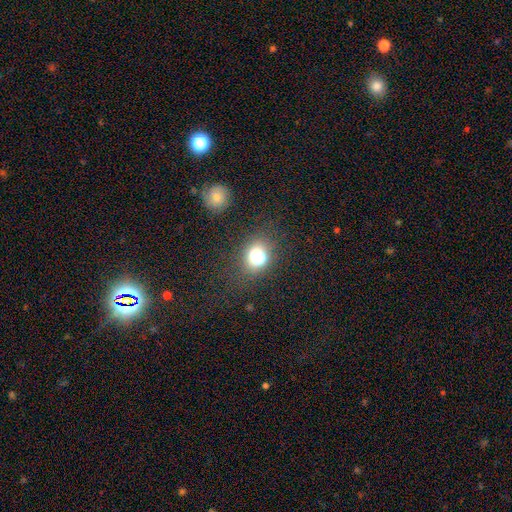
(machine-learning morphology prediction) smooth_or_featured: smooth (p=0.67) [alt: star or artifact p=0.22]
how_rounded: round (p=0.60) [alt: in between p=0.38]
merging: none (p=0.70) [alt: minor disturbance p=0.13]